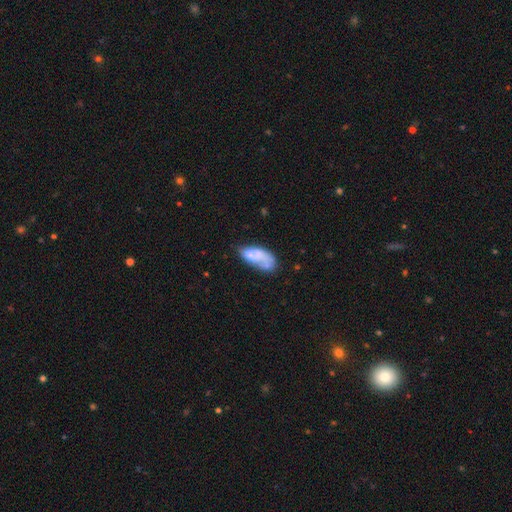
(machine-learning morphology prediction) Smooth or featured: smooth — 57% (featured or disk — 34%)
How rounded: in between — 89% (cigar-shaped — 7%)
Merging: none — 29% (merger — 25%)